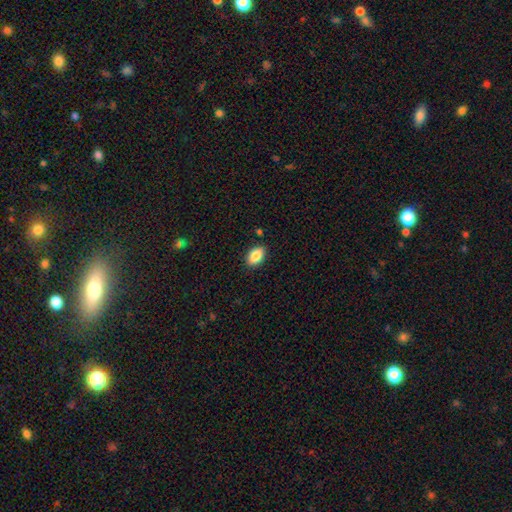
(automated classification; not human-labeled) smooth 86%, star or artifact 8%, featured or disk 6%. Down the decision tree: how rounded — in between (89%); merging — none (88%).